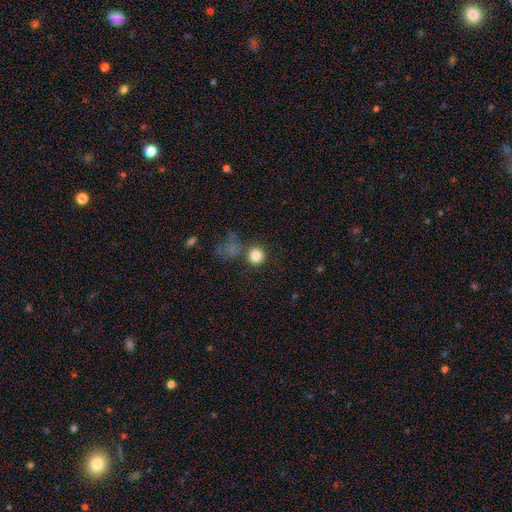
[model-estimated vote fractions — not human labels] Morphology: type=smooth (83%); roundness=round (93%); merging=none (74%).